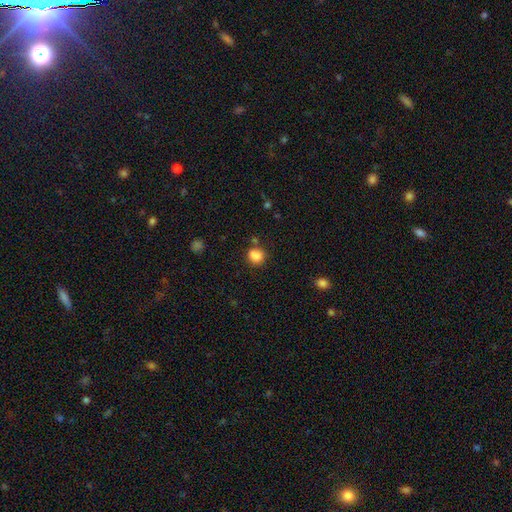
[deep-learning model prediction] Smooth or featured? smooth (85%)
How rounded? round (74%)
Merging? none (72%)